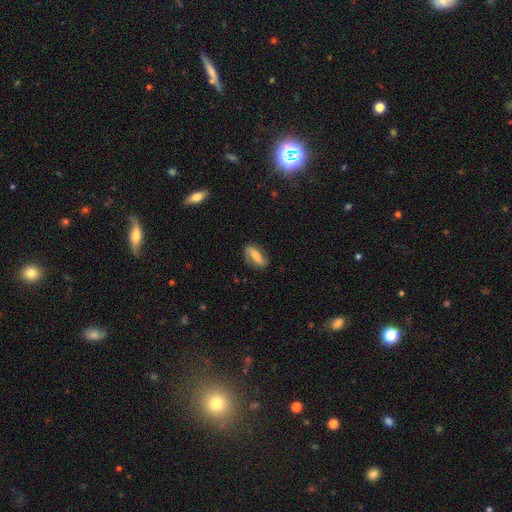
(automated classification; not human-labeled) smooth-or-featured: featured or disk: 57% | smooth: 36% | star or artifact: 7%
  disk-edge-on: no: 90% | yes: 10%
    bar: strong: 44% | weak: 31% | no: 25%
    has-spiral-arms: yes: 87% | no: 13%
    bulge-size: small: 41% | moderate: 36% | none: 14% | large: 7% | dominant: 2%
  merging: none: 77% | minor disturbance: 16% | major disturbance: 5% | merger: 1%